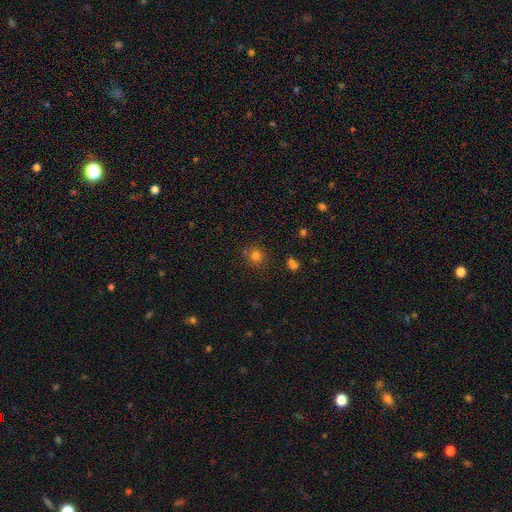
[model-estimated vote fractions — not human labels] Smooth or featured?
  - smooth: 77% *
  - star or artifact: 17%
  - featured or disk: 7%
How rounded?
  - round: 88% *
  - in between: 11%
  - cigar-shaped: 1%
Merging?
  - none: 78% *
  - minor disturbance: 11%
  - merger: 7%
  - major disturbance: 4%